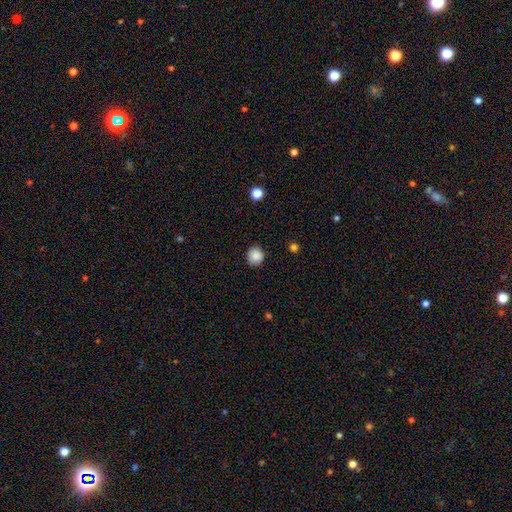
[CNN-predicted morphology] A smooth galaxy with no disk features (87%) that is round (91%). Merging: none (89%).